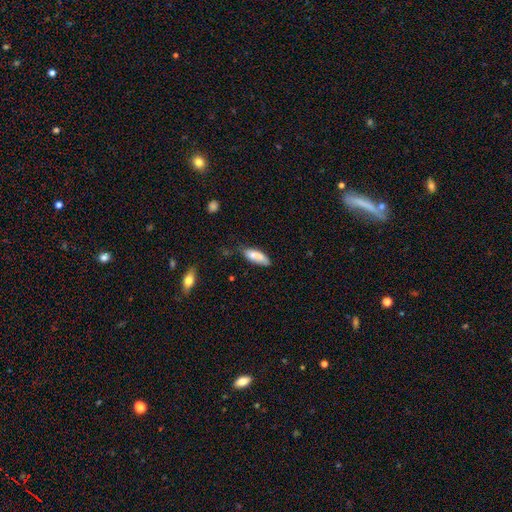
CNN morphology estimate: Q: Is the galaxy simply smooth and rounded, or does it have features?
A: smooth — 79%.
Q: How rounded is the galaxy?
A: in between — 65%.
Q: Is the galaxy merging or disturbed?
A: none — 56%.